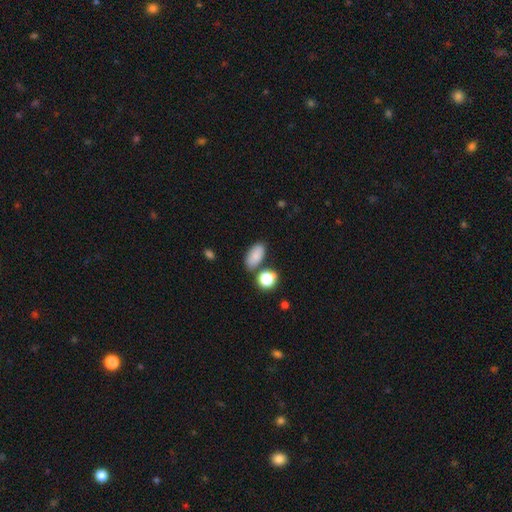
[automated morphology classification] A smooth galaxy with no disk features (82%) that is in between round and cigar-shaped (90%).

Vote fractions:
- Smooth or featured? smooth: 82% / star or artifact: 10% / featured or disk: 8%
- How rounded? in between: 90% / round: 7% / cigar-shaped: 3%
- Merging? none: 72% / minor disturbance: 14% / merger: 10% / major disturbance: 4%